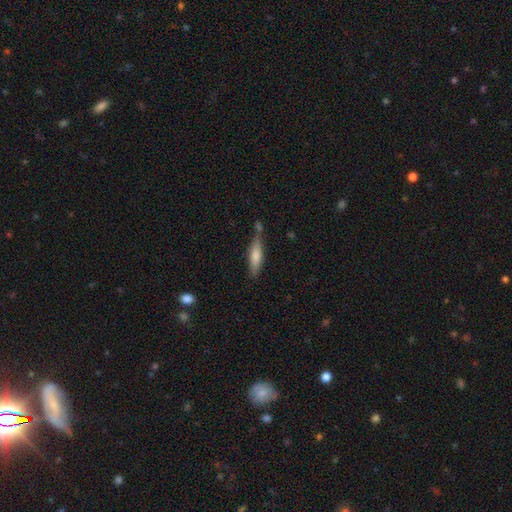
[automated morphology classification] Smooth or featured? smooth (71%)
How rounded? cigar-shaped (73%)
Merging? none (63%)